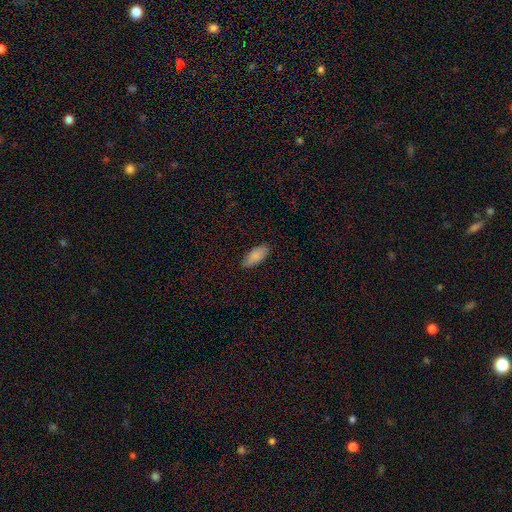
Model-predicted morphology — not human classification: Smooth or featured?
  - smooth: 85% *
  - featured or disk: 9%
  - star or artifact: 6%
How rounded?
  - in between: 86% *
  - cigar-shaped: 12%
  - round: 2%
Merging?
  - none: 86% *
  - minor disturbance: 11%
  - major disturbance: 2%
  - merger: 1%